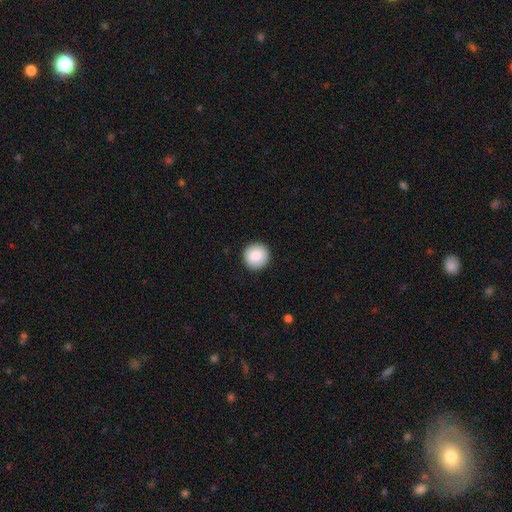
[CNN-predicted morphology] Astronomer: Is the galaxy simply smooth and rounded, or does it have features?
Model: smooth — 89%.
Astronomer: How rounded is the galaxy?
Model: round — 95%.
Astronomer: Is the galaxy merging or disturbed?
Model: none — 92%.